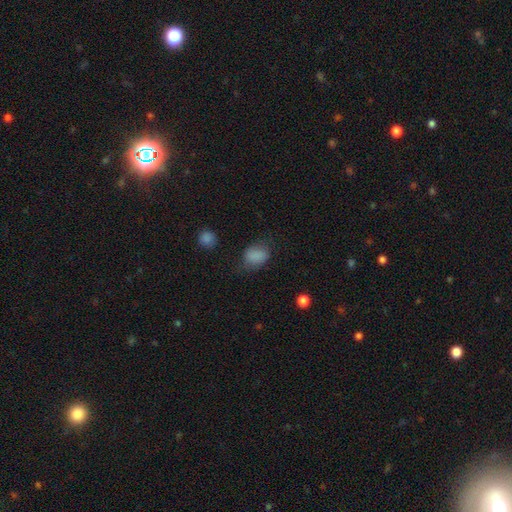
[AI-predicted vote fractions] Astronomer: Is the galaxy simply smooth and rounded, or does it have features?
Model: smooth — 84%.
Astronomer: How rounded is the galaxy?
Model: in between — 65%.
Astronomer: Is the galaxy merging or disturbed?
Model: none — 64%.